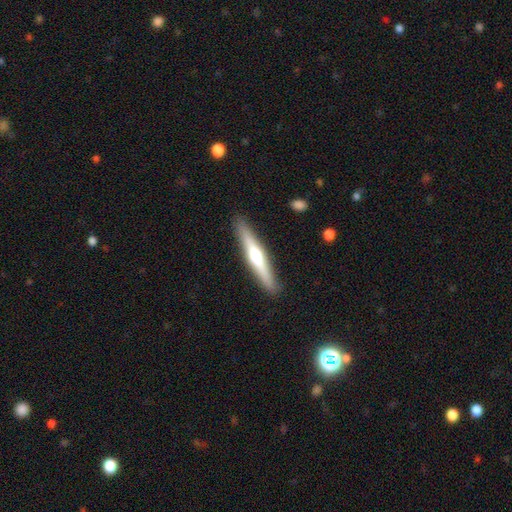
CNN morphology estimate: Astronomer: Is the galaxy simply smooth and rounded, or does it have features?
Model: featured or disk — 57% (runner-up: smooth, 37%).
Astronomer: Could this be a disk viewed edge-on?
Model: yes — 96%.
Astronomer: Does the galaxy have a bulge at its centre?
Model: rounded — 86%.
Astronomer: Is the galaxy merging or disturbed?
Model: none — 90%.